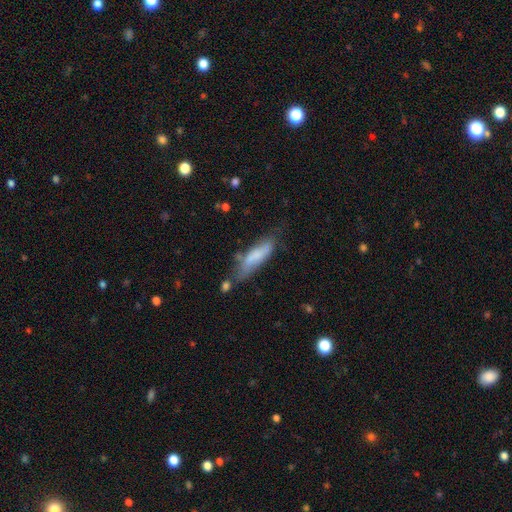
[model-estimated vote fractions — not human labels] A smooth galaxy with no disk features (67%) that is cigar-shaped (60%). Merging: none (47%).